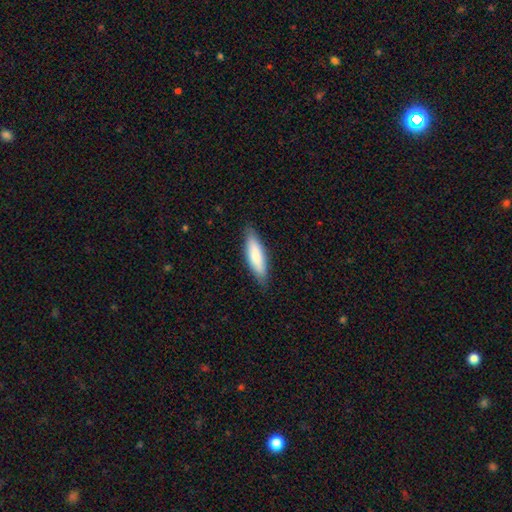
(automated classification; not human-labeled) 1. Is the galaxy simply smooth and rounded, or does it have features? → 78% smooth, 17% featured or disk, 5% star or artifact.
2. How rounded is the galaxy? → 60% cigar-shaped, 39% in between, 1% round.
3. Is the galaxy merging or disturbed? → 84% none, 12% minor disturbance, 2% major disturbance, 1% merger.